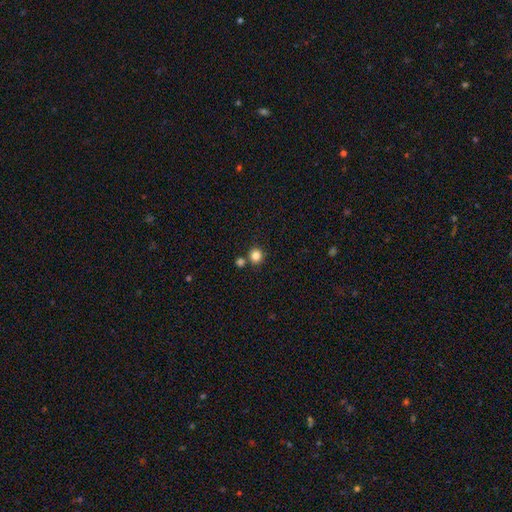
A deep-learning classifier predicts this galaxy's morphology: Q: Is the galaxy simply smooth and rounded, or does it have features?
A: smooth — 84%.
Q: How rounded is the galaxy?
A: round — 90%.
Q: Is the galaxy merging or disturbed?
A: none — 77%.